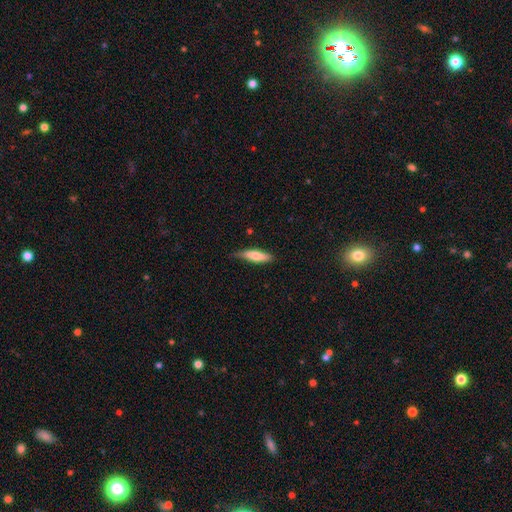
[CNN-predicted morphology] The model was most divided on "how rounded": cigar-shaped: 67%, in between: 31%, round: 2%. More confident: merging — none (72%); smooth or featured — smooth (72%).